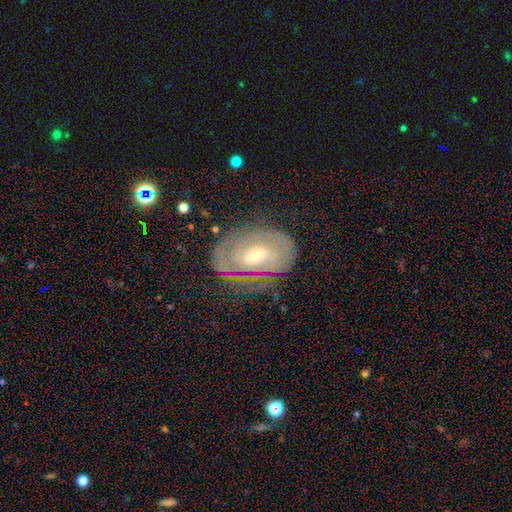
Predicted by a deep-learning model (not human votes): Smooth or featured? featured or disk (75%)
Edge-on disk? no (96%)
Bar? no (47%)
Spiral arms? yes (81%)
Spiral winding? tight (69%)
Spiral arm count? can't tell (42%)
Bulge size? small (63%)
Merging? none (68%)